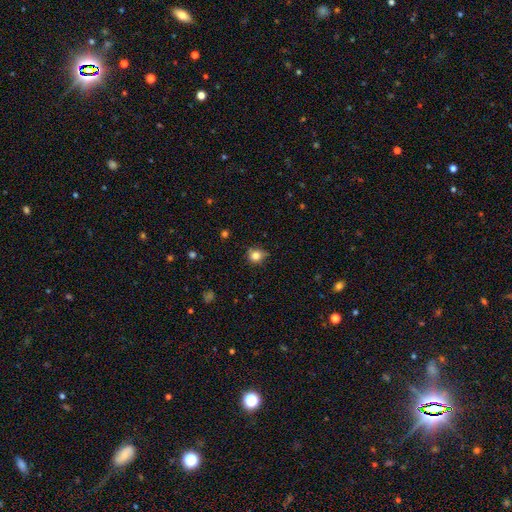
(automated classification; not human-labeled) This appears to be a smooth galaxy with no disk features (80%) that is round (82%). Merging: none (72%).